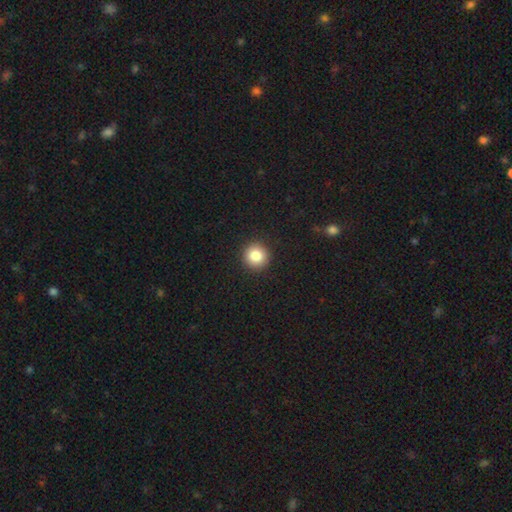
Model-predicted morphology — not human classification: The model was most divided on "smooth or featured": smooth: 85%, star or artifact: 10%, featured or disk: 6%. More confident: how rounded — round (94%); merging — none (93%).